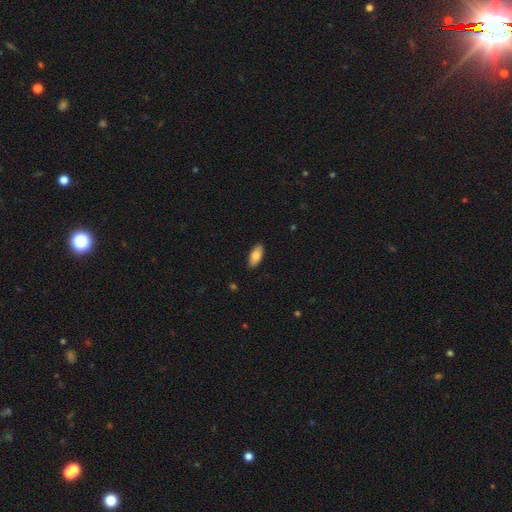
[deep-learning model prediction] smooth 81%, featured or disk 13%, star or artifact 6%. Down the decision tree: how rounded — in between (90%); merging — none (89%).